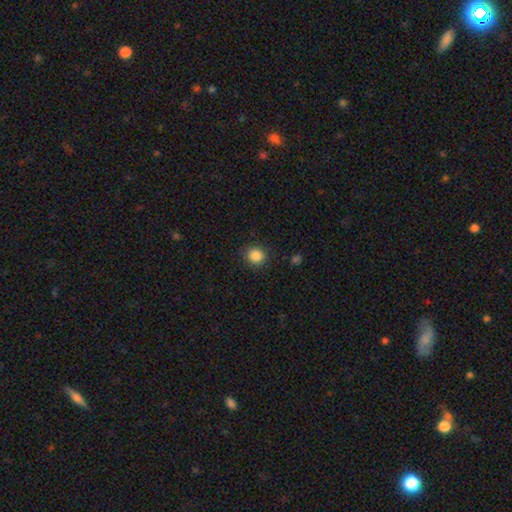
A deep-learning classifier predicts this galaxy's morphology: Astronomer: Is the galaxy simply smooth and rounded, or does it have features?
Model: smooth — 86%.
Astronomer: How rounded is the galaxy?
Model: round — 89%.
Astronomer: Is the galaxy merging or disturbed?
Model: none — 89%.